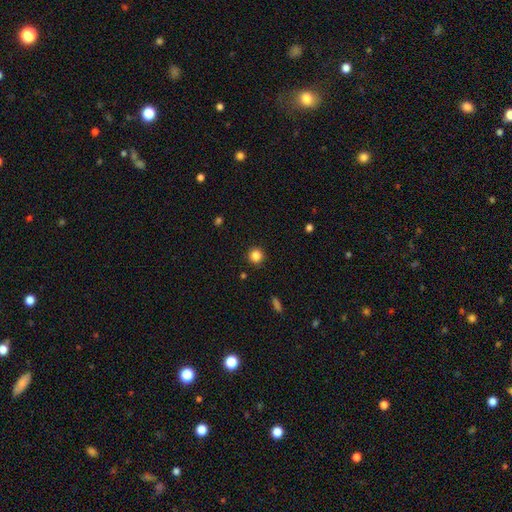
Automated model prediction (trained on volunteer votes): smooth-or-featured: smooth: 85% | star or artifact: 11% | featured or disk: 4%
  how-rounded: round: 95% | in between: 4% | cigar-shaped: 1%
  merging: none: 91% | minor disturbance: 6% | major disturbance: 2% | merger: 1%